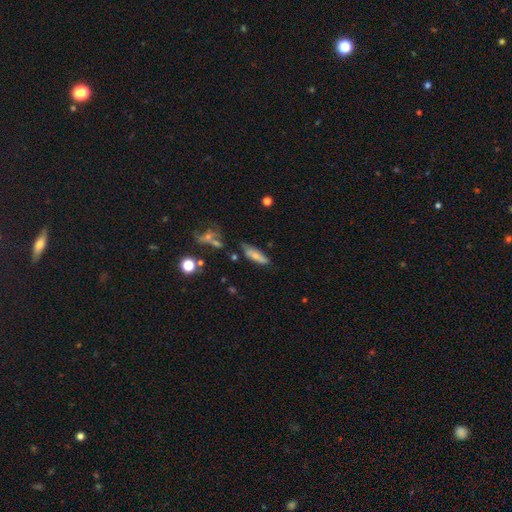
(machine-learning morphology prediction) A smooth galaxy with no disk features (69%) that is cigar-shaped (52%).

Vote fractions:
- Smooth or featured? smooth: 69% / featured or disk: 22% / star or artifact: 9%
- How rounded? cigar-shaped: 52% / in between: 45% / round: 3%
- Merging? none: 62% / minor disturbance: 25% / major disturbance: 7% / merger: 6%